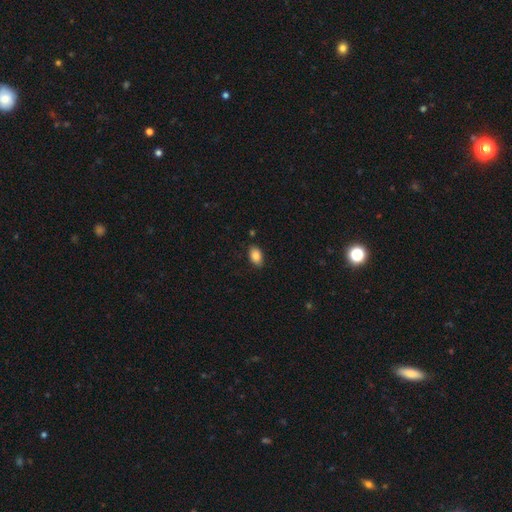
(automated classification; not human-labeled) The model was most divided on "merging": none: 84%, minor disturbance: 12%, major disturbance: 2%, merger: 1%. More confident: how rounded — in between (91%); smooth or featured — smooth (86%).